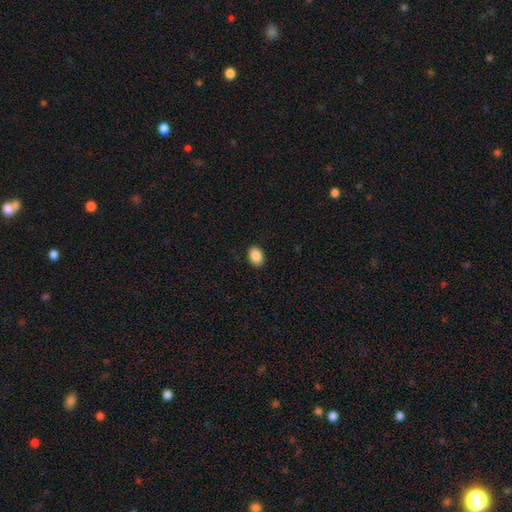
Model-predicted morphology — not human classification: A smooth galaxy with no disk features (89%) that is in between round and cigar-shaped (80%). Merging: none (90%).